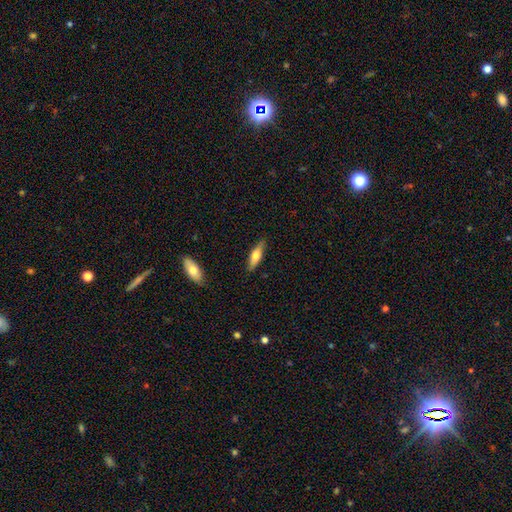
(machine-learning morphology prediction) Overall: smooth (55%; featured or disk 39%). How rounded: cigar-shaped (58%; in between 40%). Merging: none (85%).